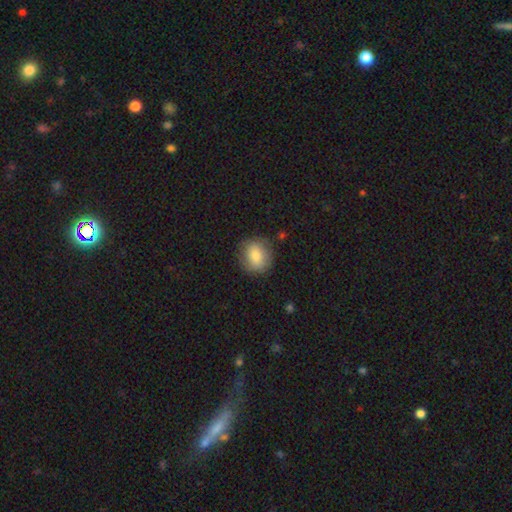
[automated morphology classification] smooth 78%, featured or disk 14%, star or artifact 8%. Down the decision tree: how rounded — round (77%); merging — none (82%).